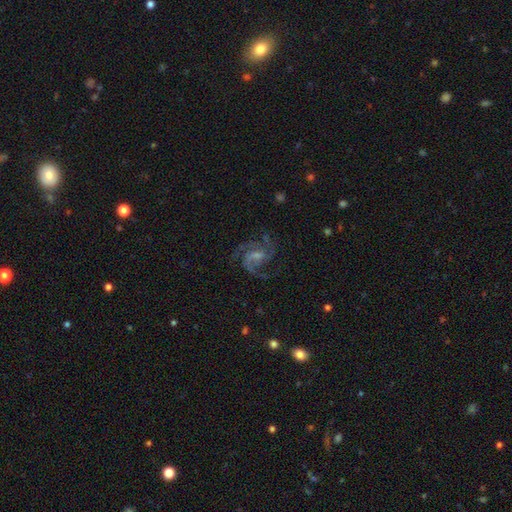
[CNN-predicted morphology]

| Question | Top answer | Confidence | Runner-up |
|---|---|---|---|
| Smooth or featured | featured or disk | 86% | star or artifact (8%) |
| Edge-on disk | no | 98% | yes (2%) |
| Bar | weak | 49% | no (37%) |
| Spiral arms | yes | 98% | no (2%) |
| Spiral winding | medium | 57% | tight (27%) |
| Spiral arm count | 3 | 38% | 2 (36%) |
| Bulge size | small | 50% | moderate (32%) |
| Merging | none | 72% | minor disturbance (15%) |